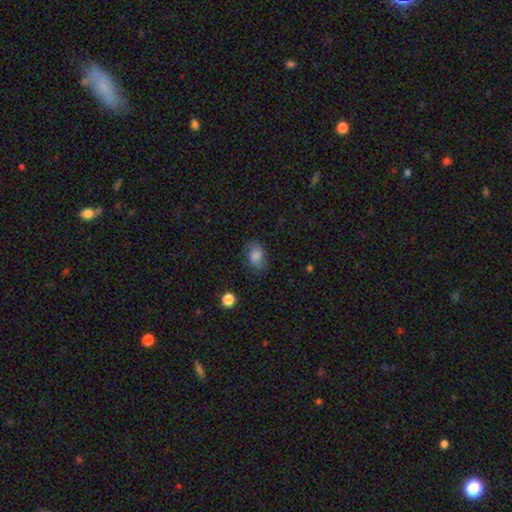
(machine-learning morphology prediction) A smooth galaxy with no disk features (73%) that is in between round and cigar-shaped (80%). Merging: none (71%).